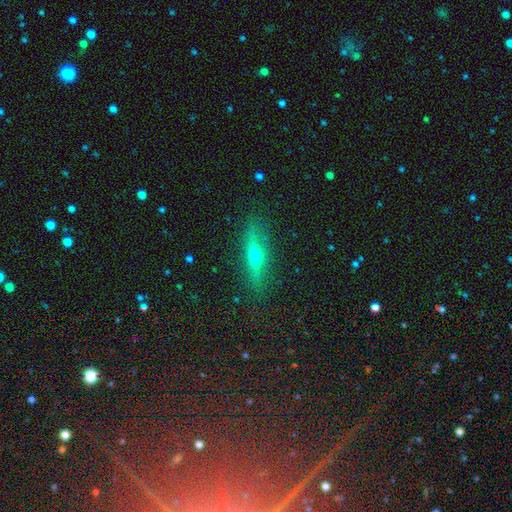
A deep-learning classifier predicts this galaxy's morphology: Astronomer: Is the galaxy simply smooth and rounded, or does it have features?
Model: featured or disk — 59%.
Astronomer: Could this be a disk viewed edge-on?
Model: yes — 91%.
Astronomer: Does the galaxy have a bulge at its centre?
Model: rounded — 92%.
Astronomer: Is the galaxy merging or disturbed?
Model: none — 86%.